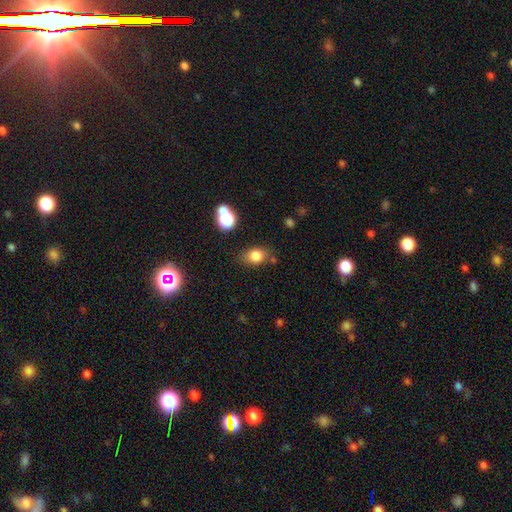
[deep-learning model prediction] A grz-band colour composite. It shows a smooth galaxy with no disk features (81%) that is in between round and cigar-shaped (66%). Merging: none (73%).